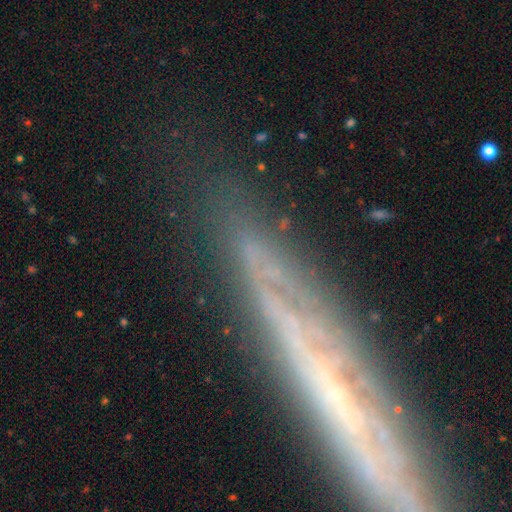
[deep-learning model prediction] A featured or disk galaxy (60%) viewed edge-on (72%).

Vote fractions:
- Smooth or featured? featured or disk: 60% / smooth: 22% / star or artifact: 19%
- Edge-on disk? yes: 72% / no: 28%
- Merging? none: 77% / minor disturbance: 15% / major disturbance: 6% / merger: 3%